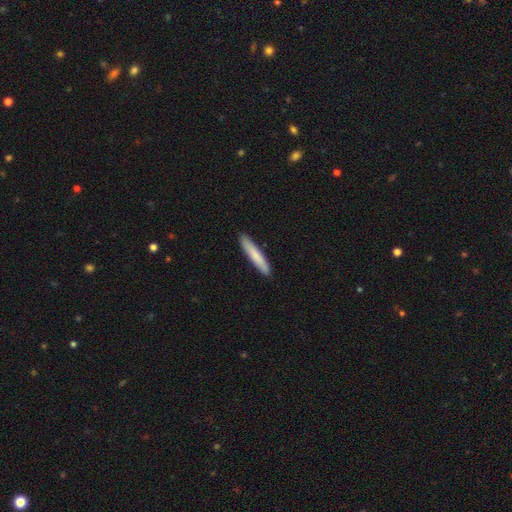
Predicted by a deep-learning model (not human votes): This is likely a smooth galaxy (77%). How rounded: clearly cigar-shaped (93%). Merging: clearly none (91%).